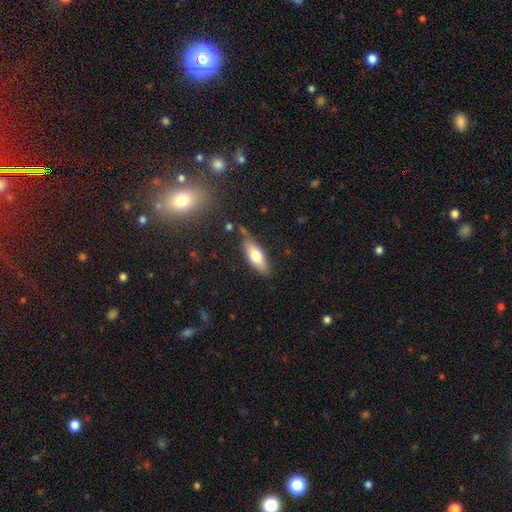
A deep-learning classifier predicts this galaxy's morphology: Smooth or featured? smooth (72%)
How rounded? in between (69%)
Merging? none (75%)